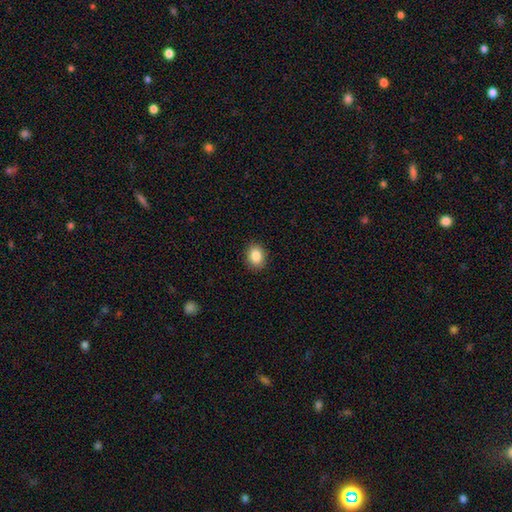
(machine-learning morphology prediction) Q: Smooth or featured?
A: smooth (87%); runner-up: star or artifact (9%)
Q: How rounded?
A: in between (59%); runner-up: round (40%)
Q: Merging?
A: none (90%); runner-up: minor disturbance (7%)